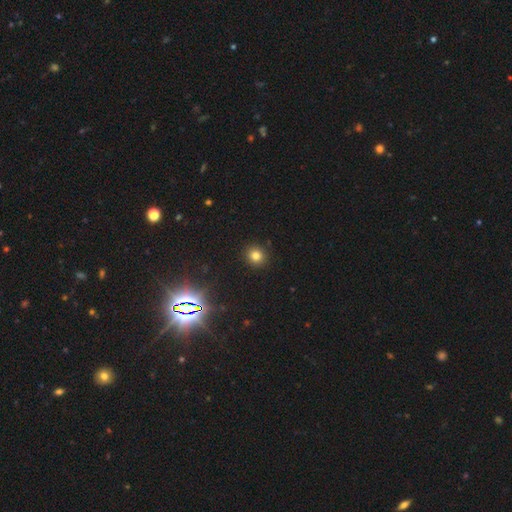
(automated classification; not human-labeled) A smooth galaxy with no disk features (77%) that is round (89%).

Vote fractions:
- Smooth or featured? smooth: 77% / star or artifact: 16% / featured or disk: 6%
- How rounded? round: 89% / in between: 10% / cigar-shaped: 1%
- Merging? none: 91% / minor disturbance: 5% / major disturbance: 2% / merger: 1%